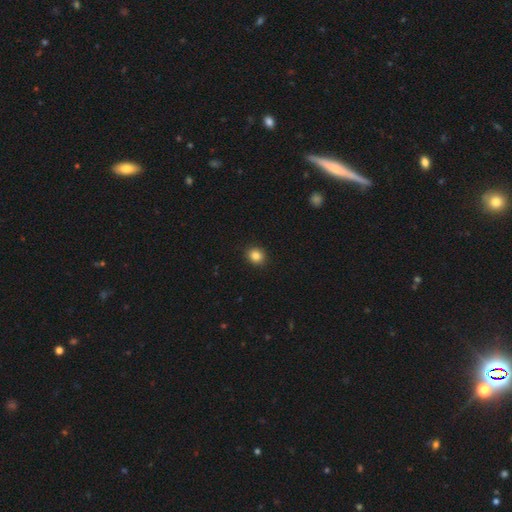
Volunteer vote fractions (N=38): A smooth galaxy with no disk features (89%) that is round (82%).

Vote fractions:
- Smooth or featured? smooth: 89% / star or artifact: 8% / featured or disk: 3%
- How rounded? round: 82% / in between: 18% / cigar-shaped: 0%
- Merging? none: 83% / minor disturbance: 14% / major disturbance: 3% / merger: 0%